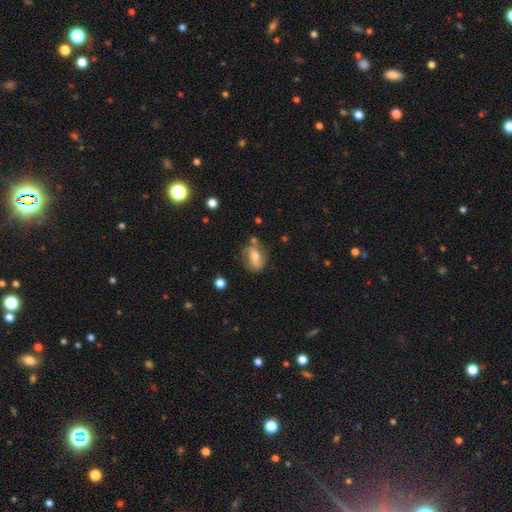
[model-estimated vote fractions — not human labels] A featured or disk galaxy (50%).

Vote fractions:
- Smooth or featured? featured or disk: 50% / smooth: 41% / star or artifact: 9%
- Edge-on disk? no: 91% / yes: 9%
- Merging? none: 66% / minor disturbance: 22% / major disturbance: 8% / merger: 4%